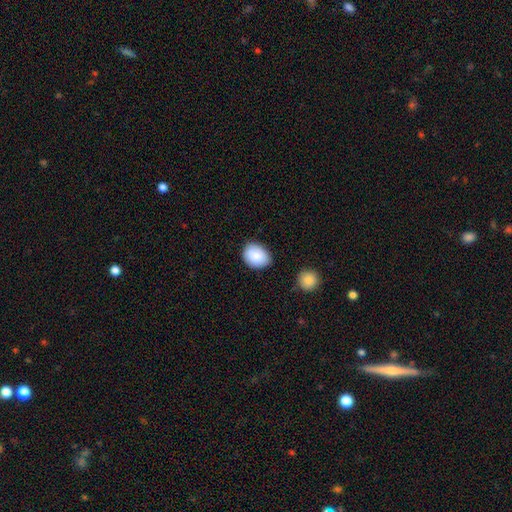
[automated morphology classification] Q: Smooth or featured?
A: smooth (87%); runner-up: star or artifact (7%)
Q: How rounded?
A: in between (57%); runner-up: round (42%)
Q: Merging?
A: none (73%); runner-up: minor disturbance (20%)